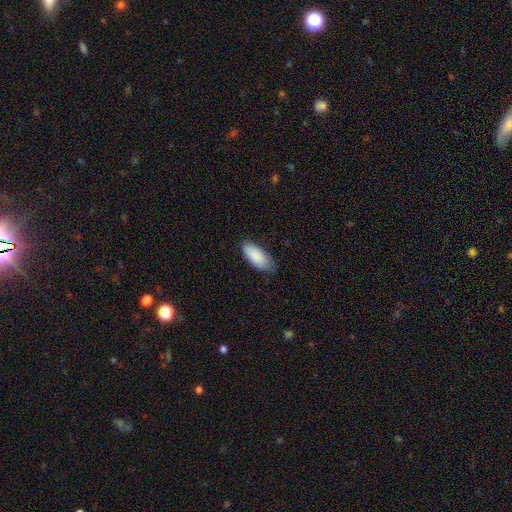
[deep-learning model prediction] smooth-or-featured: smooth: 88% | star or artifact: 6% | featured or disk: 6%
  how-rounded: in between: 87% | cigar-shaped: 11% | round: 2%
  merging: none: 74% | minor disturbance: 22% | major disturbance: 3% | merger: 1%